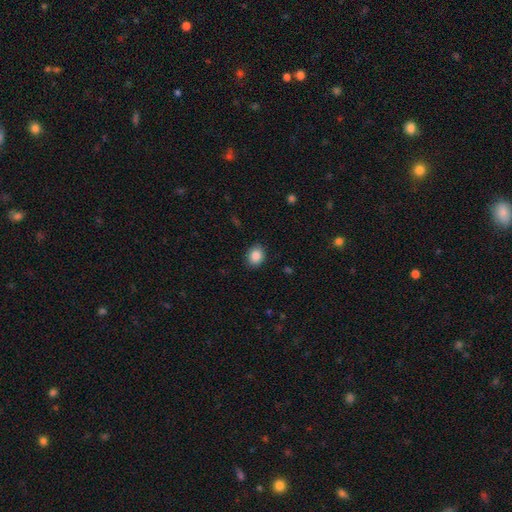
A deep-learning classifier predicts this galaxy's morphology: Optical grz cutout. It shows a smooth galaxy with no disk features (88%) that is round (52%). Merging: none (89%).